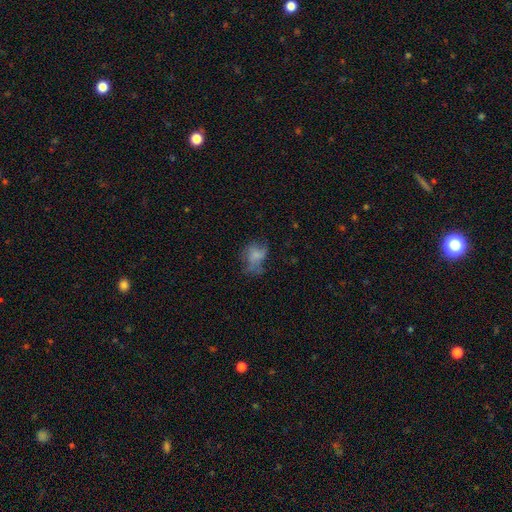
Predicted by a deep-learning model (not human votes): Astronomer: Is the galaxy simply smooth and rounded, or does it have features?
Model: smooth — 56%.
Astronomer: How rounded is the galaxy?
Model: in between — 69%.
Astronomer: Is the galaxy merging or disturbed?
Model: major disturbance — 38% (runner-up: none, 33%).